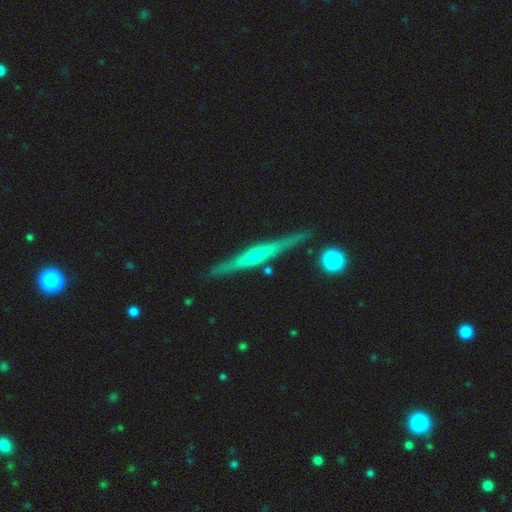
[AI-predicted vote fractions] Smooth or featured?
  - featured or disk: 65% *
  - smooth: 29%
  - star or artifact: 6%
Edge-on disk?
  - yes: 97% *
  - no: 3%
Edge-on bulge?
  - rounded: 41% *
  - none: 33%
  - boxy: 26%
Merging?
  - none: 85% *
  - minor disturbance: 10%
  - merger: 3%
  - major disturbance: 2%